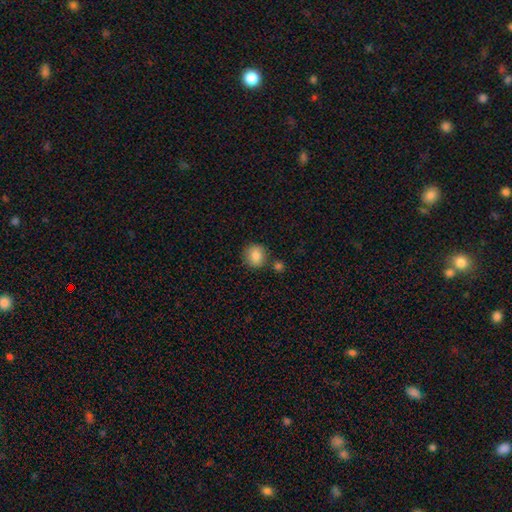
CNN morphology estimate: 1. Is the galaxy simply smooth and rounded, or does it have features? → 86% smooth, 9% star or artifact, 5% featured or disk.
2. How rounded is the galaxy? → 82% round, 17% in between, 1% cigar-shaped.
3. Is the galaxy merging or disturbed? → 77% none, 11% minor disturbance, 9% merger, 3% major disturbance.